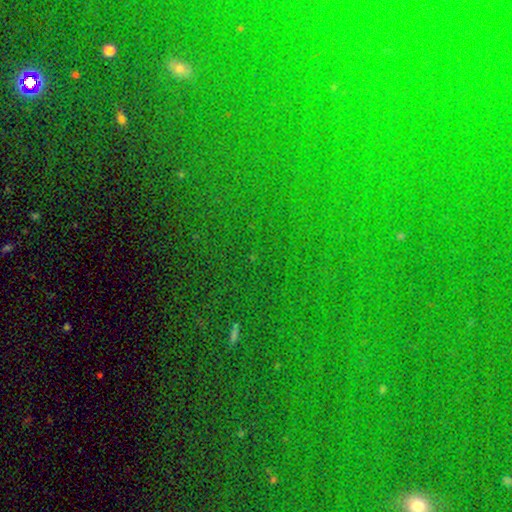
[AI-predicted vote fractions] Smooth or featured: star or artifact — 81% (smooth — 11%)